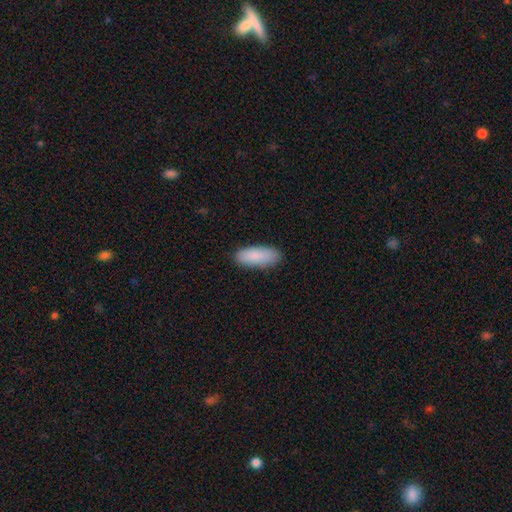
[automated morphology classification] Q: Smooth or featured?
A: smooth (89%); runner-up: star or artifact (6%)
Q: How rounded?
A: in between (78%); runner-up: cigar-shaped (20%)
Q: Merging?
A: none (87%); runner-up: minor disturbance (10%)